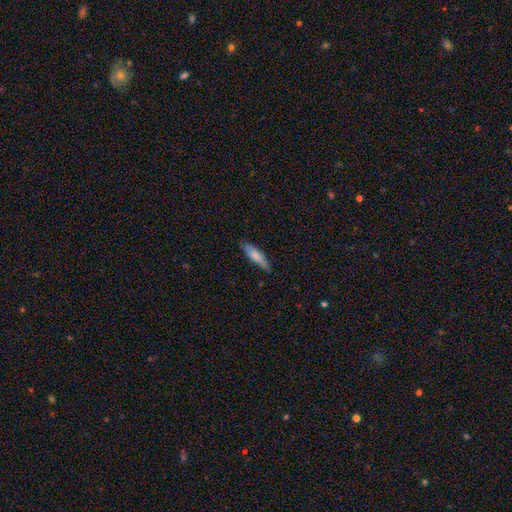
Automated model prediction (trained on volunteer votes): This is likely a smooth galaxy (75%). How rounded: likely cigar-shaped (66%). Merging: clearly none (81%).